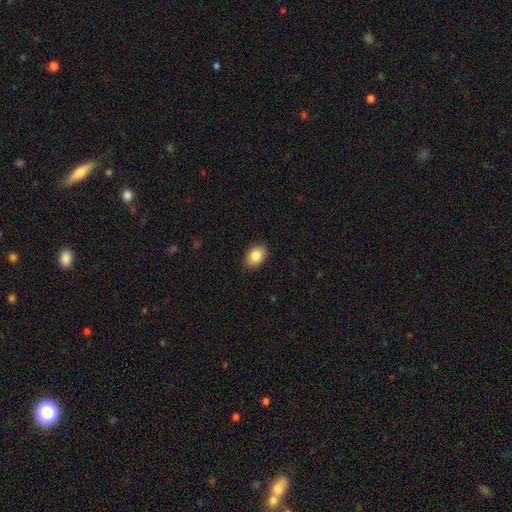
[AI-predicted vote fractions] This appears to be a smooth galaxy with no disk features (85%) that is in between round and cigar-shaped (79%). Merging: none (89%).